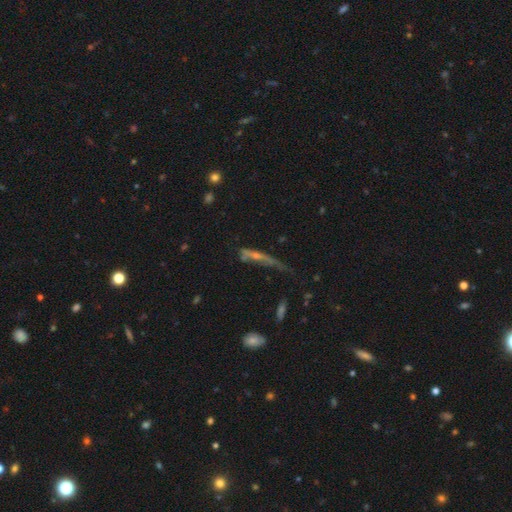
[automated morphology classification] smooth_or_featured: featured or disk (p=0.50) [alt: smooth p=0.34]
disk_edge_on: yes (p=0.69) [alt: no p=0.31]
merging: none (p=0.36) [alt: major disturbance p=0.33]